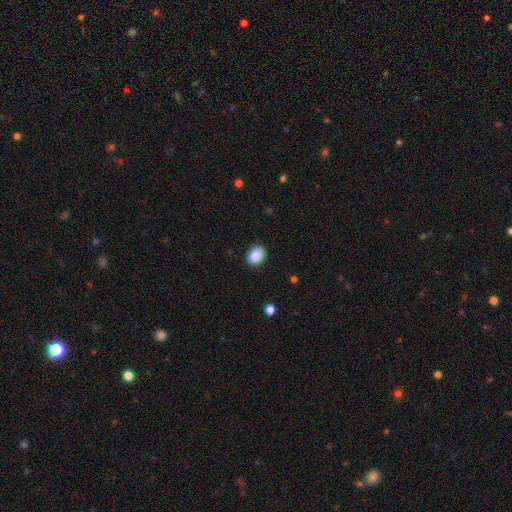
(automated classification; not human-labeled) This is clearly a smooth galaxy (89%). How rounded: likely in between (77%). Merging: clearly none (88%).